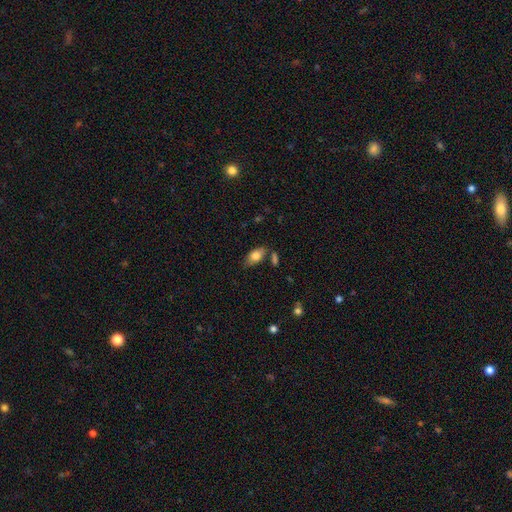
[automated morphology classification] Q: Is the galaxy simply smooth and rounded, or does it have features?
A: smooth — 77%.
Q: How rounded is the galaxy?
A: in between — 88%.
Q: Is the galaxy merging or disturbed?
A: none — 69%.